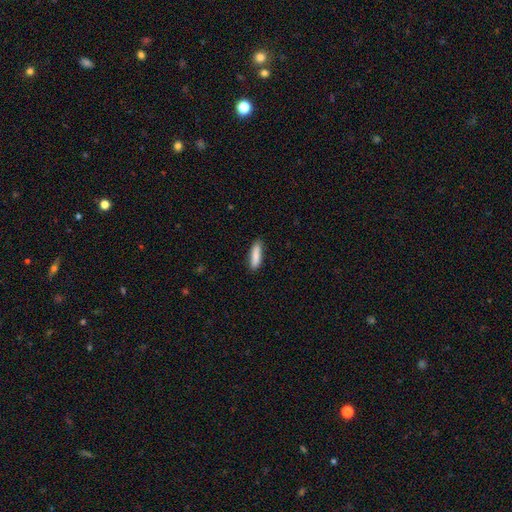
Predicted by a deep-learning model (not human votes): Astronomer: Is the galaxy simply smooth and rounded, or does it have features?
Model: smooth — 86%.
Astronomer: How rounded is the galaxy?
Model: cigar-shaped — 70%.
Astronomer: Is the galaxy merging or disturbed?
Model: none — 86%.